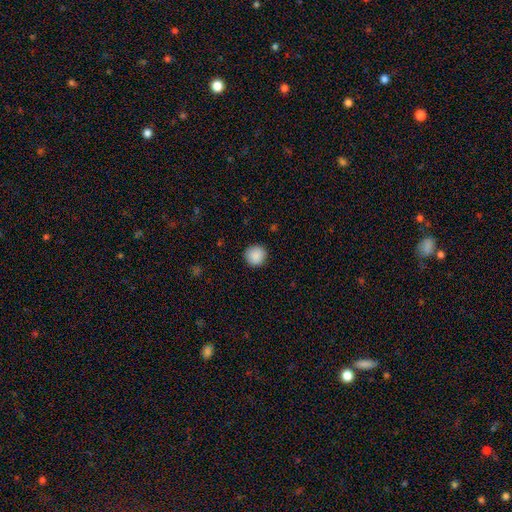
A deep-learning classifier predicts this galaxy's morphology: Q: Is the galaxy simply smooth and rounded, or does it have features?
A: smooth — 89%.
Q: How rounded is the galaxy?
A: round — 94%.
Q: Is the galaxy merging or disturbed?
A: none — 90%.